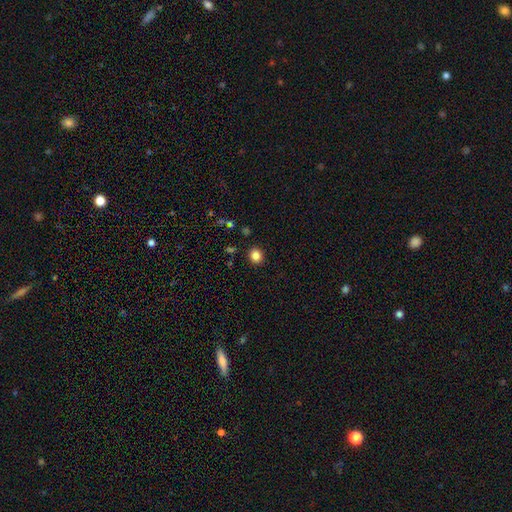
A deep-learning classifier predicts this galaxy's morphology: Smooth or featured? Predicted: smooth (p=0.84). How rounded? Predicted: round (p=0.80). Merging? Predicted: none (p=0.91).